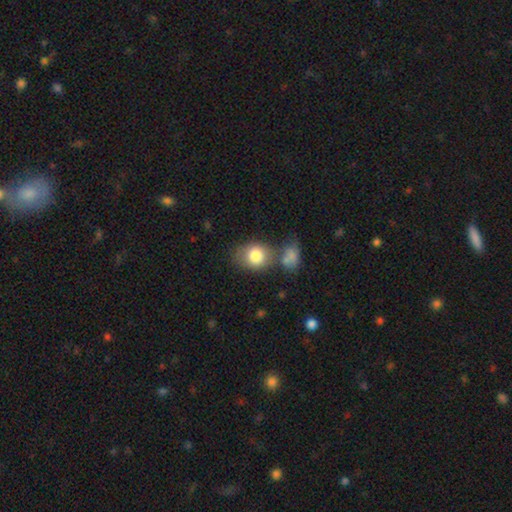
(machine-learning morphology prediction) A smooth galaxy with no disk features (82%) that is round (54%).

Vote fractions:
- Smooth or featured? smooth: 82% / featured or disk: 10% / star or artifact: 8%
- How rounded? round: 54% / in between: 44% / cigar-shaped: 1%
- Merging? none: 54% / merger: 23% / minor disturbance: 16% / major disturbance: 6%